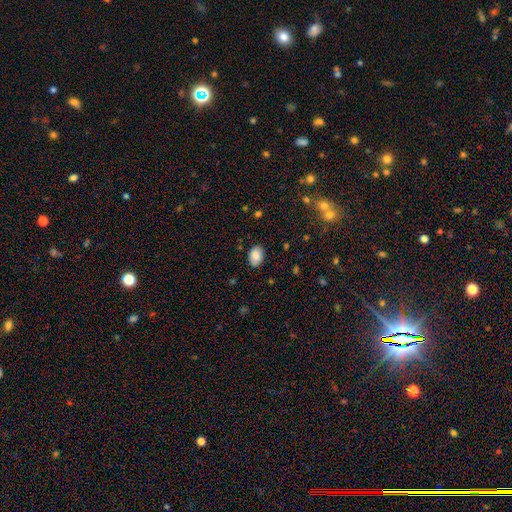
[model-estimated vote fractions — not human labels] Smooth or featured?
  - smooth: 85% *
  - featured or disk: 8%
  - star or artifact: 7%
How rounded?
  - in between: 84% *
  - round: 15%
  - cigar-shaped: 1%
Merging?
  - none: 84% *
  - minor disturbance: 13%
  - major disturbance: 3%
  - merger: 1%